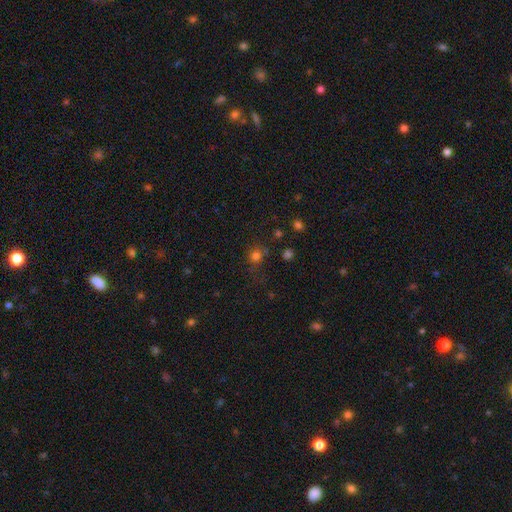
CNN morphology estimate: This is likely a smooth galaxy (73%). How rounded: clearly round (86%). Merging: likely none (71%).